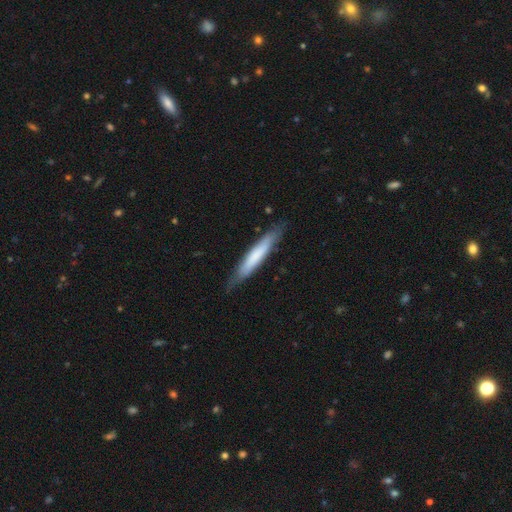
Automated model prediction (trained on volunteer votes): smooth-or-featured: smooth: 65% | featured or disk: 30% | star or artifact: 5%
  how-rounded: cigar-shaped: 90% | in between: 9% | round: 1%
  merging: none: 79% | minor disturbance: 16% | major disturbance: 3% | merger: 1%